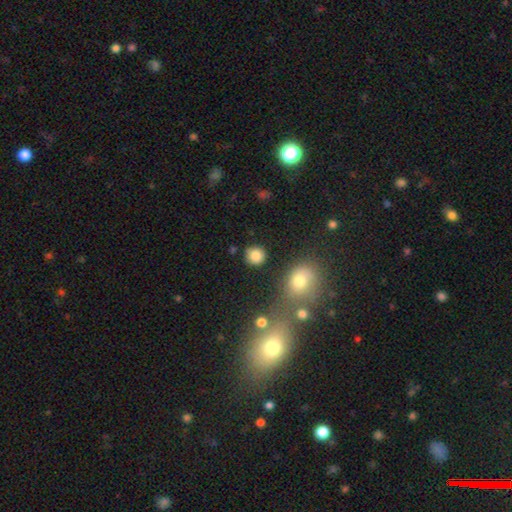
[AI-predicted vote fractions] This appears to be a smooth galaxy with no disk features (84%) that is round (90%). Merging: none (83%).